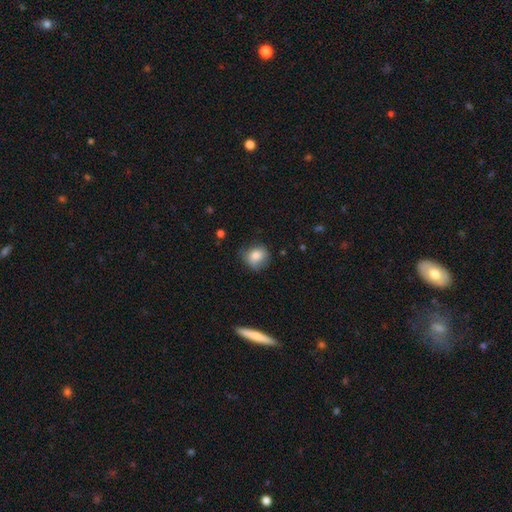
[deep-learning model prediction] A smooth galaxy with no disk features (80%) that is round (73%). Merging: none (63%).